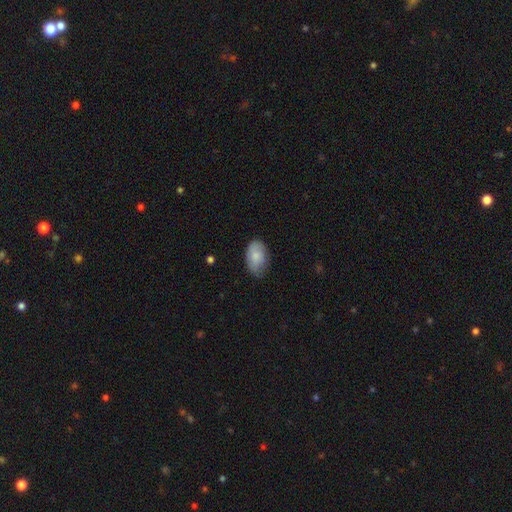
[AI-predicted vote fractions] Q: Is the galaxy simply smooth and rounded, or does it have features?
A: smooth — 79%.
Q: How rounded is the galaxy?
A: in between — 90%.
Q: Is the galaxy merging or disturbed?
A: none — 68%.